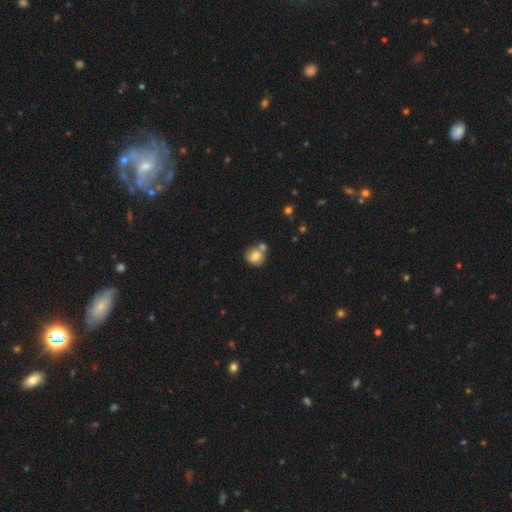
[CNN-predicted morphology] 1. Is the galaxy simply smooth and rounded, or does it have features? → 79% smooth, 12% featured or disk, 9% star or artifact.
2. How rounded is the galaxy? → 77% round, 22% in between, 1% cigar-shaped.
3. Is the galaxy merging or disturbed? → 47% none, 35% merger, 14% minor disturbance, 4% major disturbance.